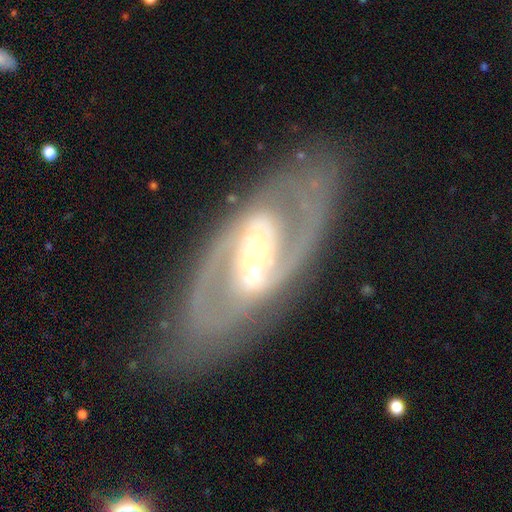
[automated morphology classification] Smooth or featured: featured or disk — 89% (smooth — 6%)
Edge-on disk: no — 95% (yes — 5%)
Bar: strong — 57% (weak — 30%)
Spiral arms: yes — 94% (no — 6%)
Spiral winding: medium — 53% (tight — 31%)
Spiral arm count: 2 — 89% (can't tell — 4%)
Bulge size: moderate — 47% (small — 44%)
Merging: none — 79% (minor disturbance — 13%)